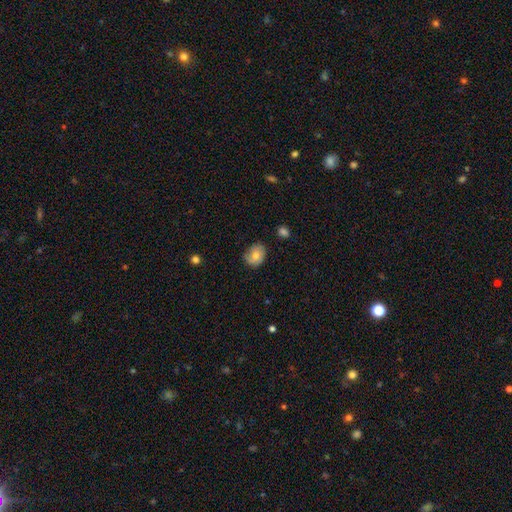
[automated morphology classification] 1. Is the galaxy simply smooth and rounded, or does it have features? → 69% smooth, 23% featured or disk, 8% star or artifact.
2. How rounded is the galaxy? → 54% round, 45% in between, 1% cigar-shaped.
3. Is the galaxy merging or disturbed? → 72% none, 22% minor disturbance, 4% major disturbance, 1% merger.